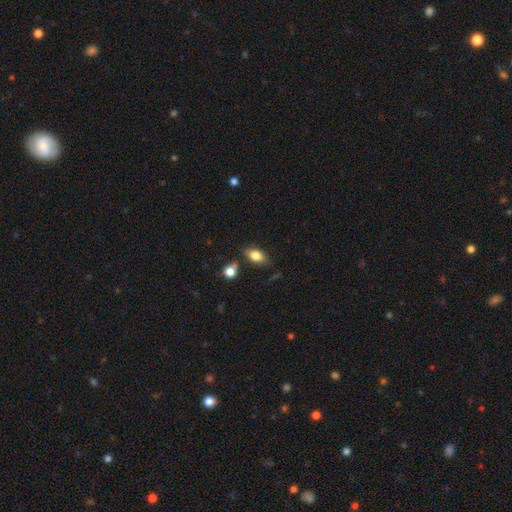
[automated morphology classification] Smooth or featured? smooth (77%)
How rounded? in between (85%)
Merging? none (70%)